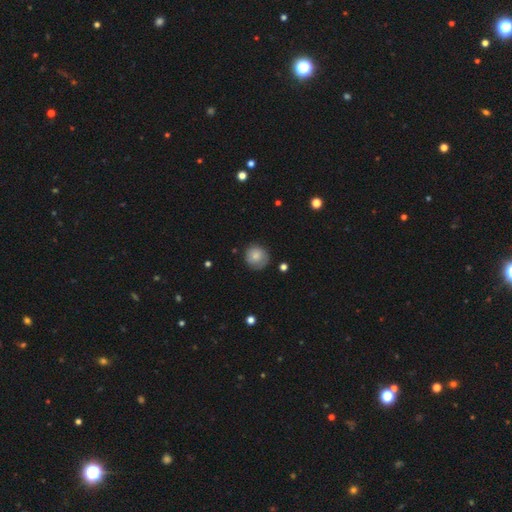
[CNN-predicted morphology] Smooth or featured? Predicted: smooth (p=0.79). How rounded? Predicted: round (p=0.90). Merging? Predicted: none (p=0.78).